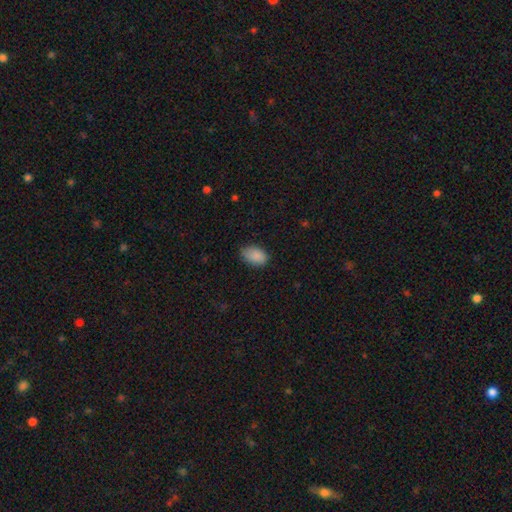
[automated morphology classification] smooth_or_featured: smooth (p=0.88) [alt: star or artifact p=0.08]
how_rounded: in between (p=0.89) [alt: round p=0.10]
merging: none (p=0.72) [alt: minor disturbance p=0.23]